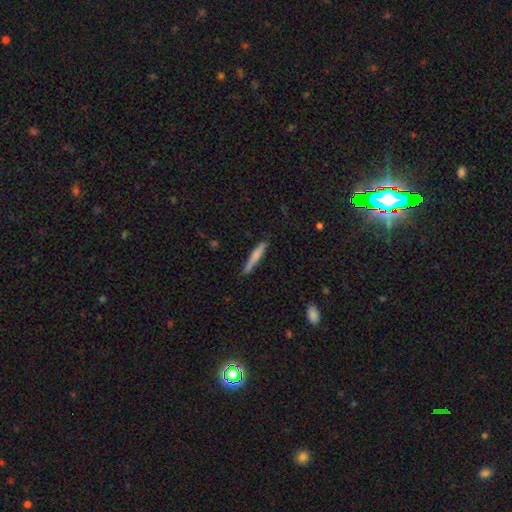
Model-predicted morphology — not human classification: Smooth or featured? smooth (70%)
How rounded? cigar-shaped (94%)
Merging? none (82%)